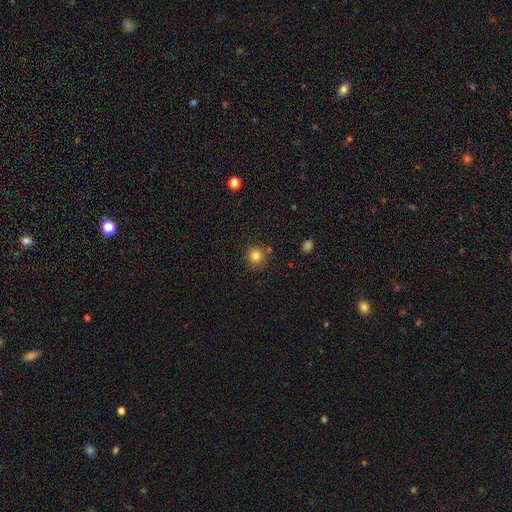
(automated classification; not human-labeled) Smooth or featured?
  - smooth: 82% *
  - star or artifact: 12%
  - featured or disk: 6%
How rounded?
  - round: 92% *
  - in between: 7%
  - cigar-shaped: 1%
Merging?
  - none: 82% *
  - minor disturbance: 9%
  - merger: 6%
  - major disturbance: 3%